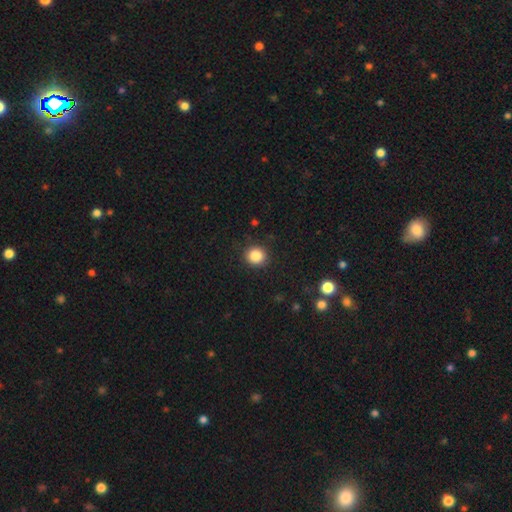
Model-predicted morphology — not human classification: A smooth galaxy with no disk features (85%) that is round (89%).

Vote fractions:
- Smooth or featured? smooth: 85% / star or artifact: 10% / featured or disk: 4%
- How rounded? round: 89% / in between: 10% / cigar-shaped: 1%
- Merging? none: 90% / minor disturbance: 7% / major disturbance: 2% / merger: 1%